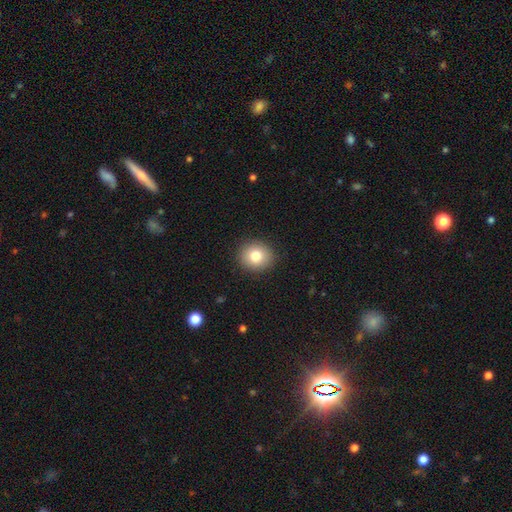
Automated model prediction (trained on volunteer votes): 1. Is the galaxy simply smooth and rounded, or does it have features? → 81% smooth, 10% featured or disk, 10% star or artifact.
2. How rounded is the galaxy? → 80% round, 19% in between, 1% cigar-shaped.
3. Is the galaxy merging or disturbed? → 90% none, 7% minor disturbance, 2% major disturbance, 1% merger.